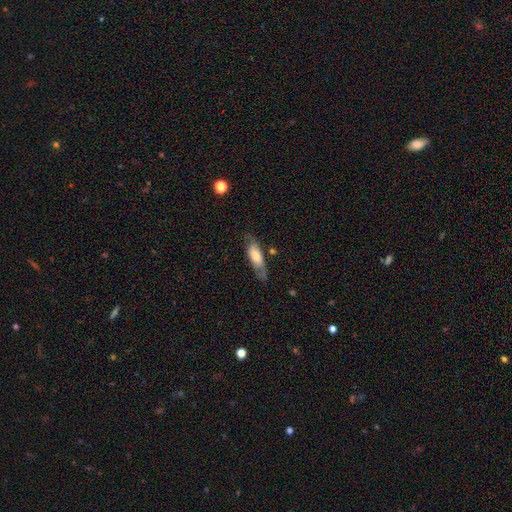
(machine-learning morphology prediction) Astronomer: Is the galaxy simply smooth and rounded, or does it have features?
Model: smooth — 56% (runner-up: featured or disk, 38%).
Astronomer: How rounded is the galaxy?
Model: in between — 59% (runner-up: cigar-shaped, 39%).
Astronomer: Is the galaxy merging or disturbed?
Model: none — 66%.